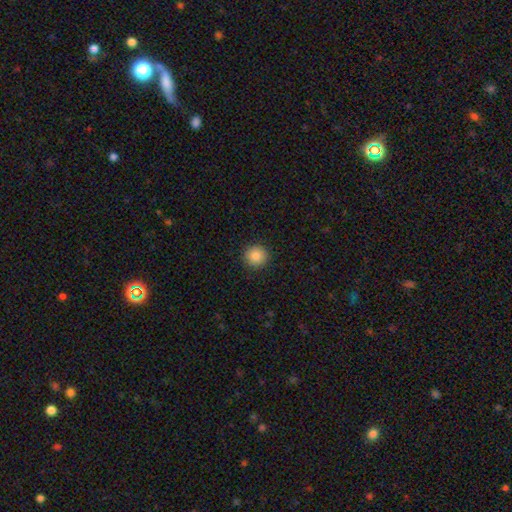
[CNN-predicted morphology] Overall: smooth (86%). How rounded: round (94%). Merging: none (92%).